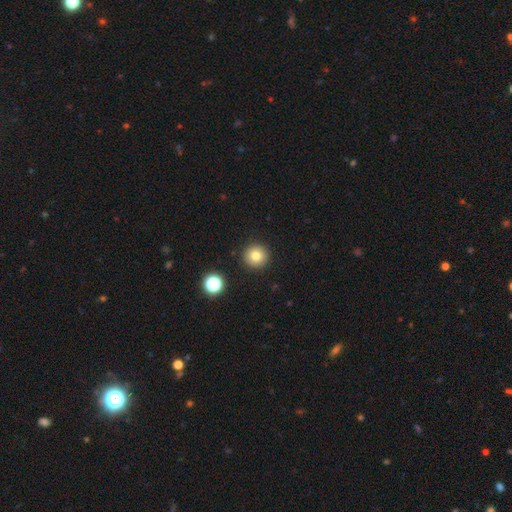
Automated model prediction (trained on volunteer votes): A smooth galaxy with no disk features (79%) that is round (95%).

Vote fractions:
- Smooth or featured? smooth: 79% / star or artifact: 12% / featured or disk: 9%
- How rounded? round: 95% / in between: 4% / cigar-shaped: 1%
- Merging? none: 91% / minor disturbance: 5% / major disturbance: 2% / merger: 2%